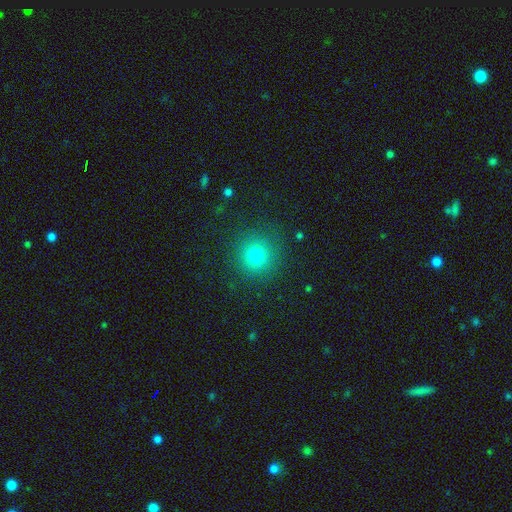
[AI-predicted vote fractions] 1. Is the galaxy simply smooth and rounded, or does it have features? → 76% smooth, 16% star or artifact, 7% featured or disk.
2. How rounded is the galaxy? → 94% round, 5% in between, 1% cigar-shaped.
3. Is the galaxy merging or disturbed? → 89% none, 7% minor disturbance, 3% major disturbance, 1% merger.